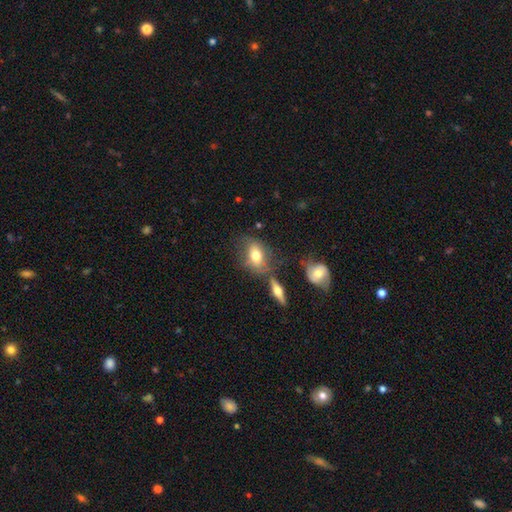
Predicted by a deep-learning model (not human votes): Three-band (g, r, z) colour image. It shows a smooth galaxy with no disk features (69%) that is in between round and cigar-shaped (78%). Merging: none (54%).